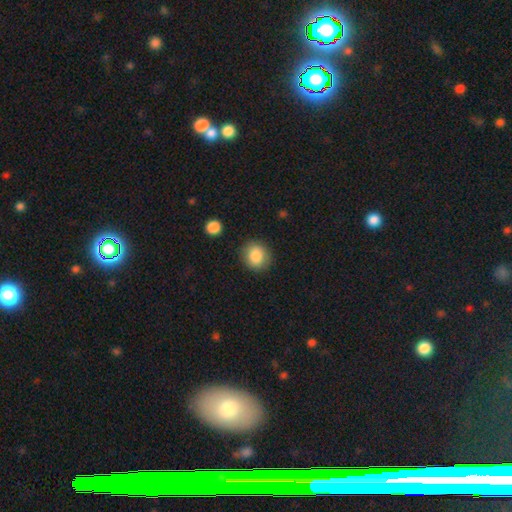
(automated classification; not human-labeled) This appears to be a smooth galaxy with no disk features (86%) that is round (81%). Merging: none (86%).